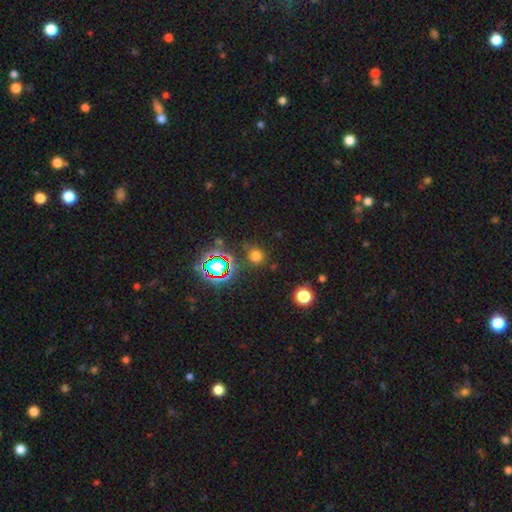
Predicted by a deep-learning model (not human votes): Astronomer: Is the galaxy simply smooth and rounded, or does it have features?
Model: smooth — 64%.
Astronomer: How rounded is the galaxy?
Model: round — 86%.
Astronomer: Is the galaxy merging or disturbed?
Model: none — 83%.